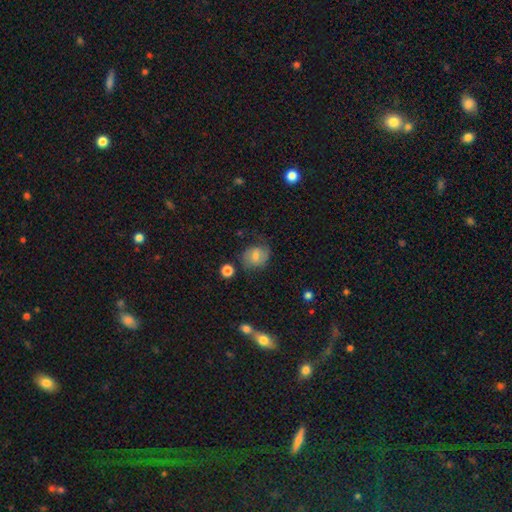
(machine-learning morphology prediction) smooth-or-featured: smooth: 48% | featured or disk: 41% | star or artifact: 11%
  merging: none: 66% | minor disturbance: 21% | major disturbance: 10% | merger: 3%